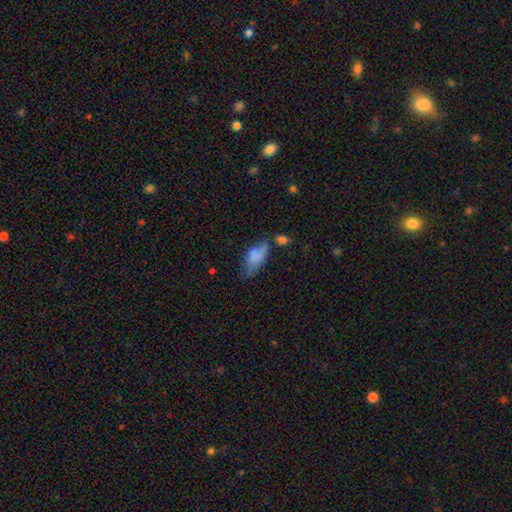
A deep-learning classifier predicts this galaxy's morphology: This appears to be a smooth galaxy with no disk features (74%) that is in between round and cigar-shaped (88%). Merging: none (35%).